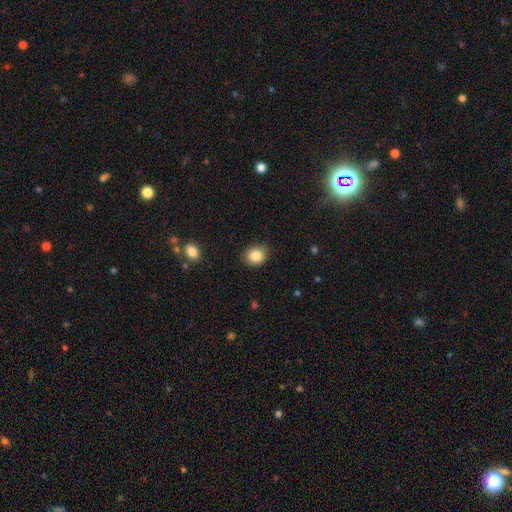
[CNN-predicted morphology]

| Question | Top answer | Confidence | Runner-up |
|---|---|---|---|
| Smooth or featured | smooth | 85% | star or artifact (9%) |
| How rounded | round | 55% | in between (45%) |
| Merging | none | 86% | minor disturbance (11%) |